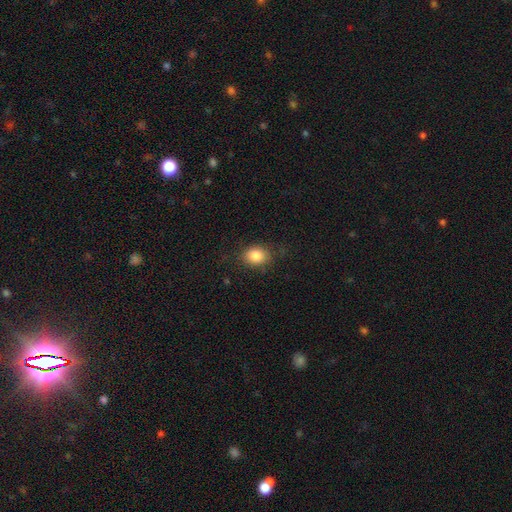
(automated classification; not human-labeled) Overall: smooth (84%). How rounded: in between (55%; round 44%). Merging: none (81%).